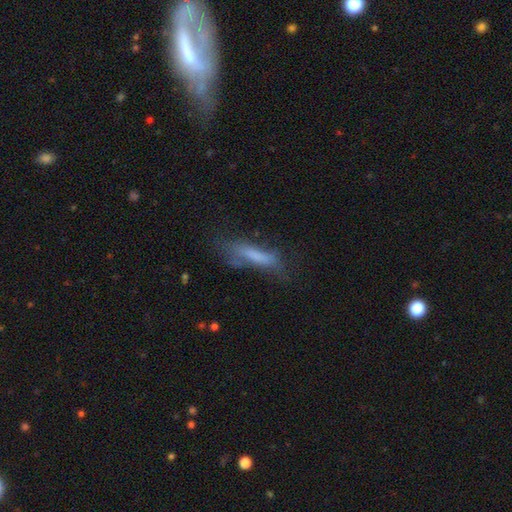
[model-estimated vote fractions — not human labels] Smooth or featured: smooth — 60% (featured or disk — 29%)
How rounded: cigar-shaped — 74% (in between — 25%)
Merging: none — 49% (minor disturbance — 27%)